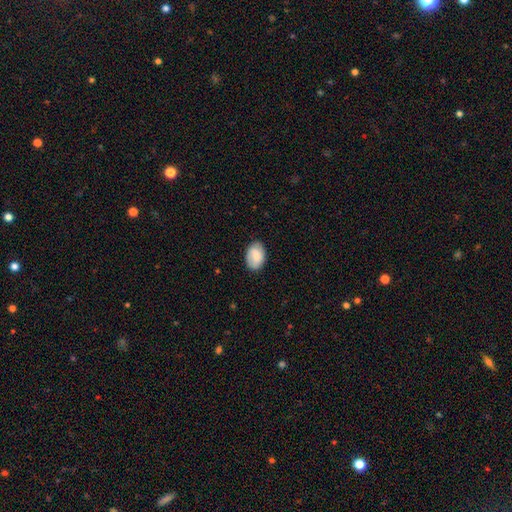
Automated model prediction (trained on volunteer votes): Smooth or featured? Predicted: smooth (p=0.78). How rounded? Predicted: in between (p=0.84). Merging? Predicted: none (p=0.78).